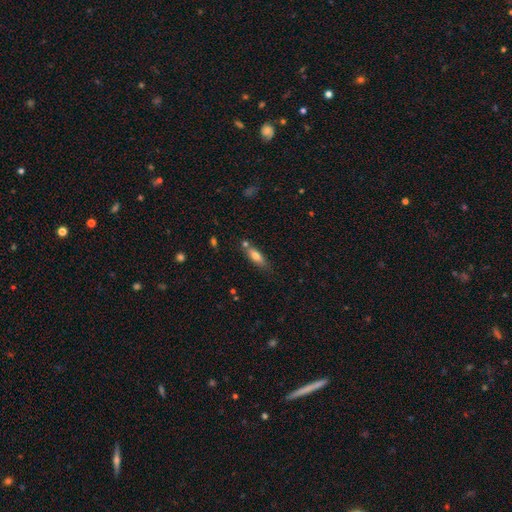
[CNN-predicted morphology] This appears to be a smooth galaxy with no disk features (69%) that is in between round and cigar-shaped (49%). Merging: none (66%).